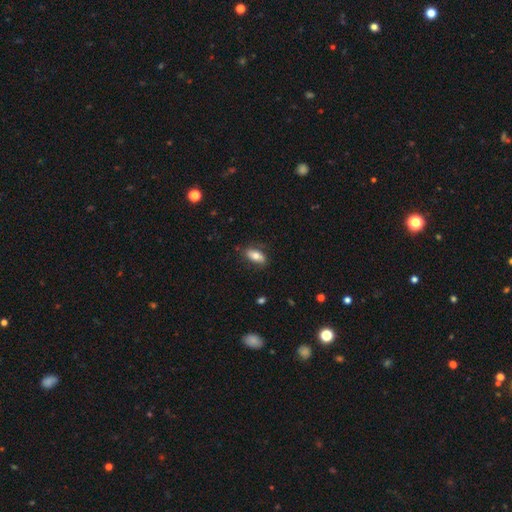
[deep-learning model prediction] This is likely a smooth galaxy (73%). How rounded: clearly in between (82%). Merging: likely none (79%).